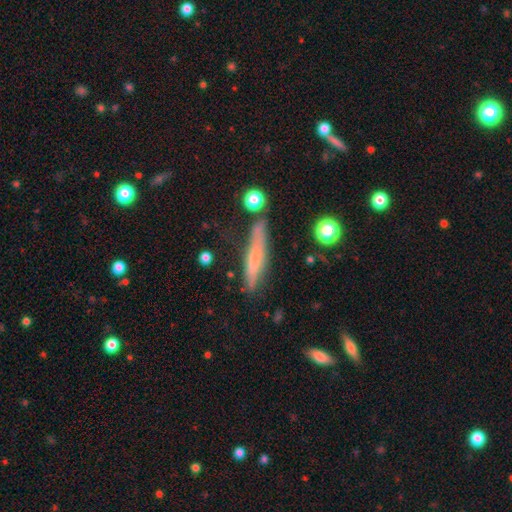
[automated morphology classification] smooth_or_featured: smooth (p=0.56) [alt: featured or disk p=0.36]
how_rounded: cigar-shaped (p=0.89) [alt: in between p=0.09]
merging: none (p=0.67) [alt: minor disturbance p=0.21]